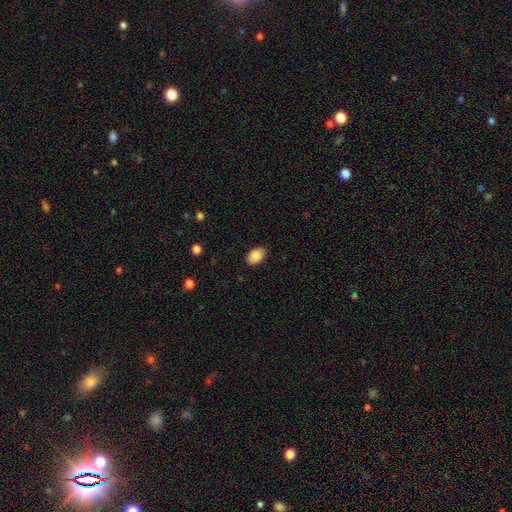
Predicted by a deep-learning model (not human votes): A smooth galaxy with no disk features (88%) that is in between round and cigar-shaped (91%).

Vote fractions:
- Smooth or featured? smooth: 88% / star or artifact: 7% / featured or disk: 5%
- How rounded? in between: 91% / round: 8% / cigar-shaped: 1%
- Merging? none: 87% / minor disturbance: 10% / major disturbance: 2% / merger: 1%